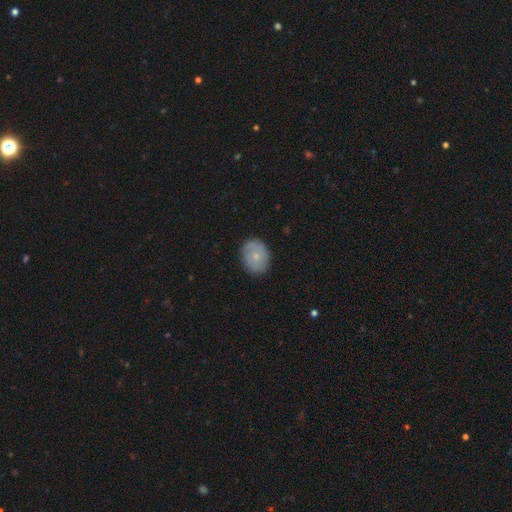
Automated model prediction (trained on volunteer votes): Q: Smooth or featured?
A: smooth (60%); runner-up: featured or disk (34%)
Q: How rounded?
A: in between (58%); runner-up: round (41%)
Q: Merging?
A: none (80%); runner-up: minor disturbance (15%)